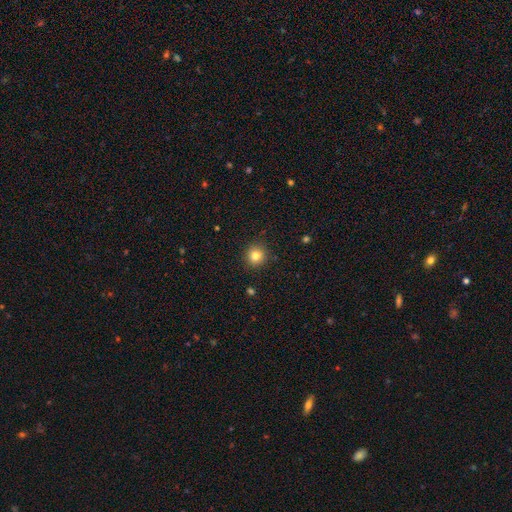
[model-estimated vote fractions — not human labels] This is clearly a smooth galaxy (81%). How rounded: clearly round (92%). Merging: clearly none (91%).